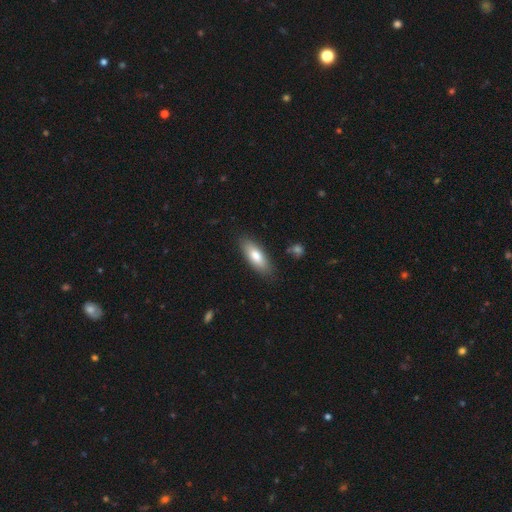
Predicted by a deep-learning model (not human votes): smooth_or_featured: smooth (p=0.78) [alt: featured or disk p=0.16]
how_rounded: in between (p=0.67) [alt: cigar-shaped p=0.31]
merging: none (p=0.85) [alt: minor disturbance p=0.11]